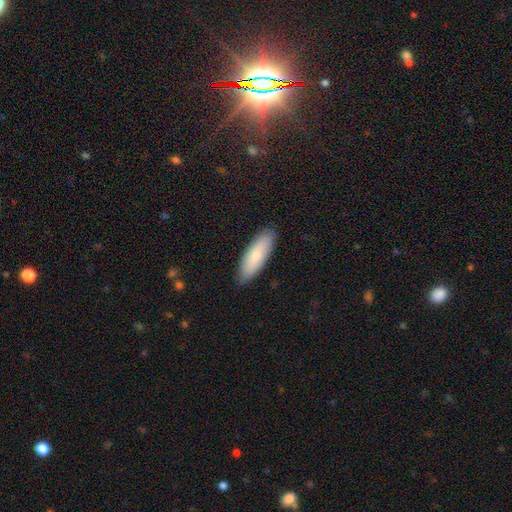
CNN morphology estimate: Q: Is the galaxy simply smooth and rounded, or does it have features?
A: smooth — 83%.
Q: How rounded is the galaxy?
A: in between — 55%.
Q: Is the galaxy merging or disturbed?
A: none — 87%.